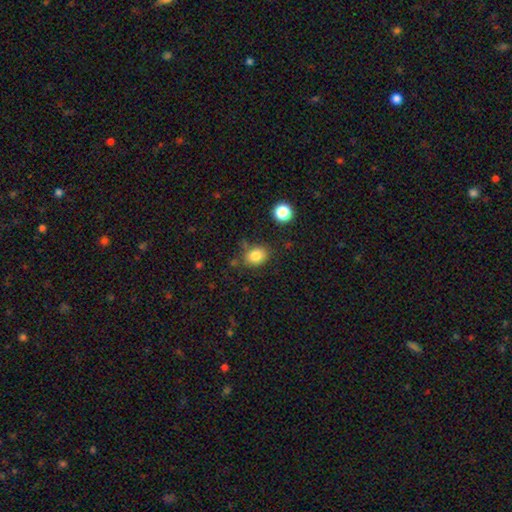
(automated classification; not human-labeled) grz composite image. It shows a smooth galaxy with no disk features (83%) that is in between round and cigar-shaped (50%, tied with round). Merging: none (76%).